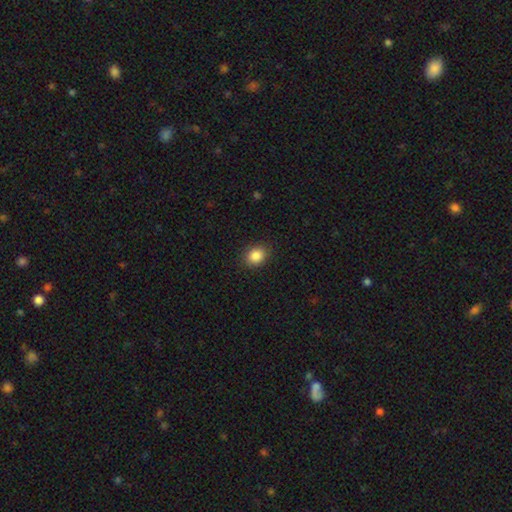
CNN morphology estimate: smooth 86%, star or artifact 10%, featured or disk 4%. Down the decision tree: how rounded — round (56%); merging — none (88%).